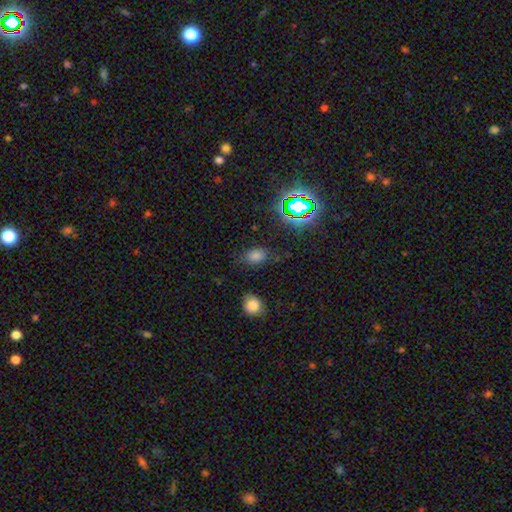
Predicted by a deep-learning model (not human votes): The model was most divided on "smooth or featured": smooth: 68%, star or artifact: 25%, featured or disk: 6%. More confident: how rounded — in between (80%); merging — none (77%).